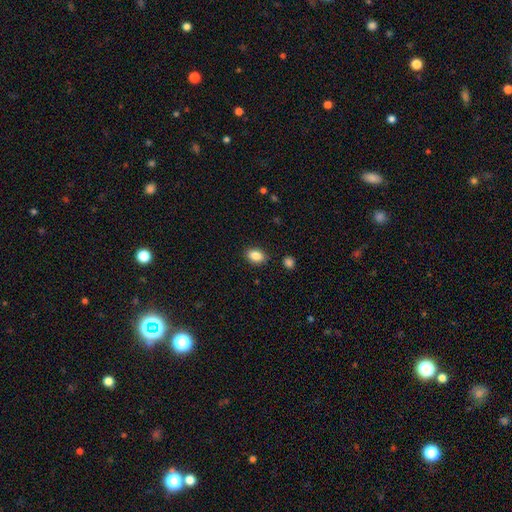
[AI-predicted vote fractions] Smooth or featured? Predicted: smooth (p=0.87). How rounded? Predicted: in between (p=0.82). Merging? Predicted: none (p=0.86).